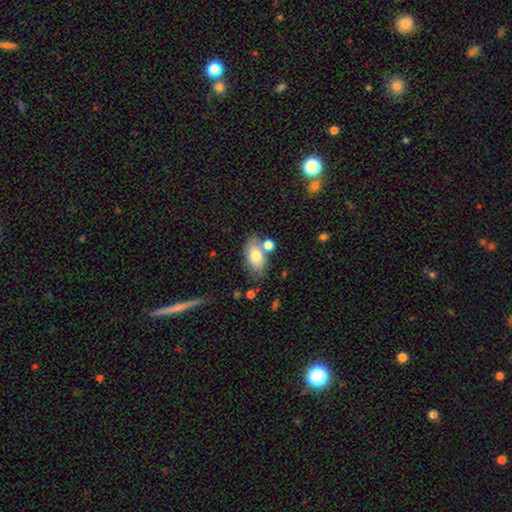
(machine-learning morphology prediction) smooth_or_featured: smooth (p=0.74) [alt: featured or disk p=0.19]
how_rounded: in between (p=0.89) [alt: round p=0.08]
merging: none (p=0.61) [alt: merger p=0.19]